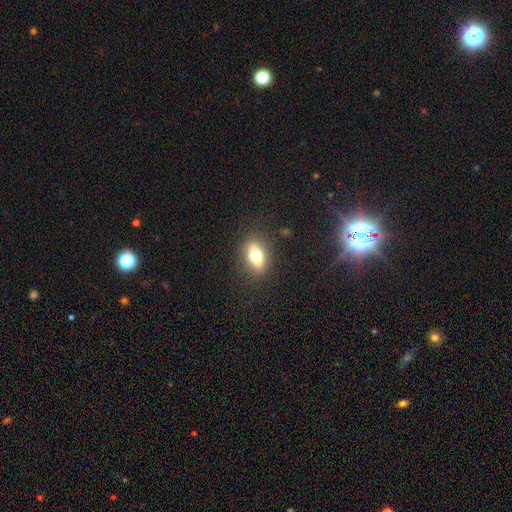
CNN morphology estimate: smooth_or_featured: smooth (p=0.66) [alt: featured or disk p=0.24]
how_rounded: in between (p=0.76) [alt: round p=0.13]
merging: none (p=0.85) [alt: minor disturbance p=0.10]